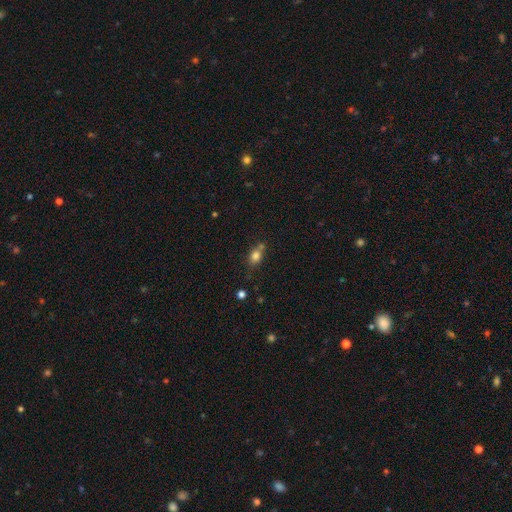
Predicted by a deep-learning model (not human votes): smooth 79%, star or artifact 11%, featured or disk 10%. Down the decision tree: how rounded — in between (68%); merging — none (53%).